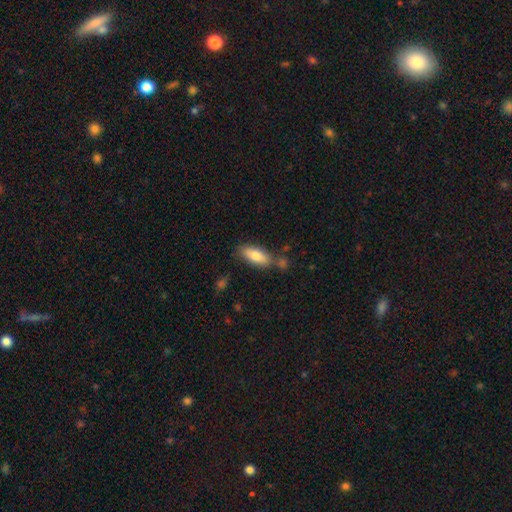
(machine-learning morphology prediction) smooth-or-featured: smooth: 78% | featured or disk: 16% | star or artifact: 6%
  how-rounded: in between: 77% | cigar-shaped: 21% | round: 2%
  merging: none: 68% | minor disturbance: 17% | merger: 12% | major disturbance: 4%